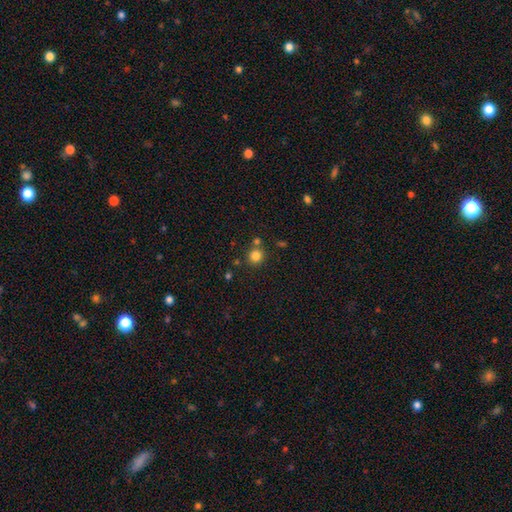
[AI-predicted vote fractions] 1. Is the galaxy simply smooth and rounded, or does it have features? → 82% smooth, 13% star or artifact, 6% featured or disk.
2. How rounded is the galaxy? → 90% round, 9% in between, 1% cigar-shaped.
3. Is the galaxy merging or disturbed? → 73% none, 15% merger, 8% minor disturbance, 3% major disturbance.